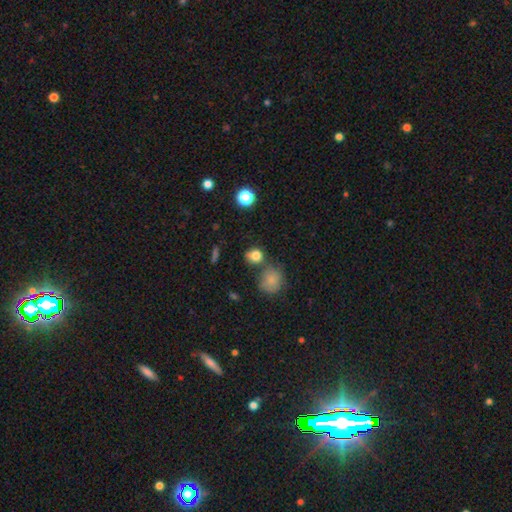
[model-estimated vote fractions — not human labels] A smooth galaxy with no disk features (80%) that is round (70%).

Vote fractions:
- Smooth or featured? smooth: 80% / star or artifact: 13% / featured or disk: 8%
- How rounded? round: 70% / in between: 29% / cigar-shaped: 1%
- Merging? none: 58% / merger: 20% / minor disturbance: 15% / major disturbance: 6%